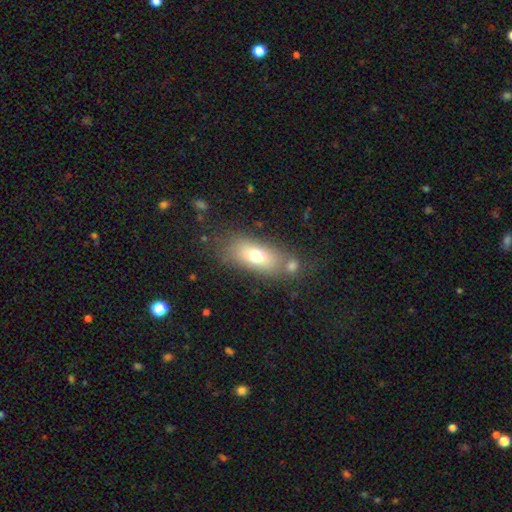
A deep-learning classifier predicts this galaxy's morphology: smooth_or_featured: smooth (p=0.70) [alt: featured or disk p=0.20]
how_rounded: in between (p=0.82) [alt: cigar-shaped p=0.11]
merging: none (p=0.63) [alt: merger p=0.16]